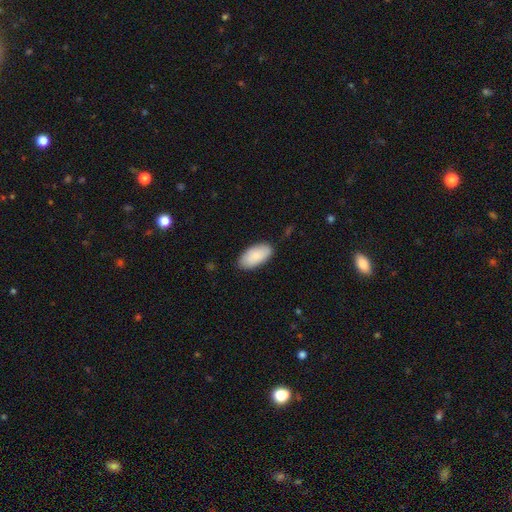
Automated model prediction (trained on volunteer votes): Overall: smooth (87%). How rounded: in between (95%). Merging: none (84%).